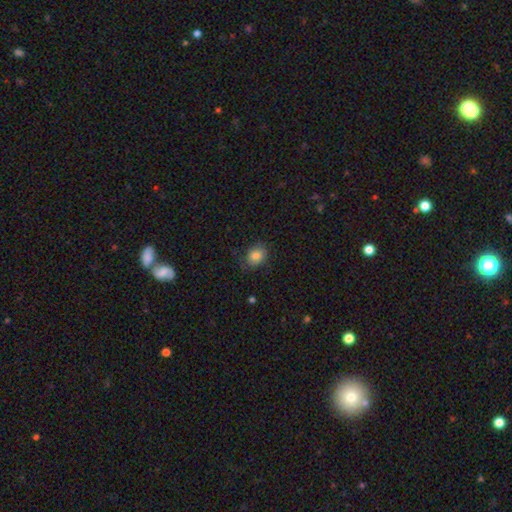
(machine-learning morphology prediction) Q: Smooth or featured?
A: smooth (83%); runner-up: star or artifact (10%)
Q: How rounded?
A: in between (57%); runner-up: round (42%)
Q: Merging?
A: none (77%); runner-up: minor disturbance (18%)